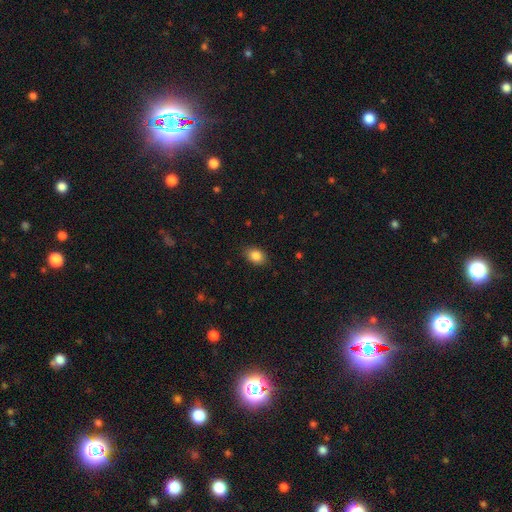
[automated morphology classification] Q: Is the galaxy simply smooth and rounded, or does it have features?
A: smooth — 86%.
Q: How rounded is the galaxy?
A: in between — 80%.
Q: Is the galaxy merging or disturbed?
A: none — 86%.